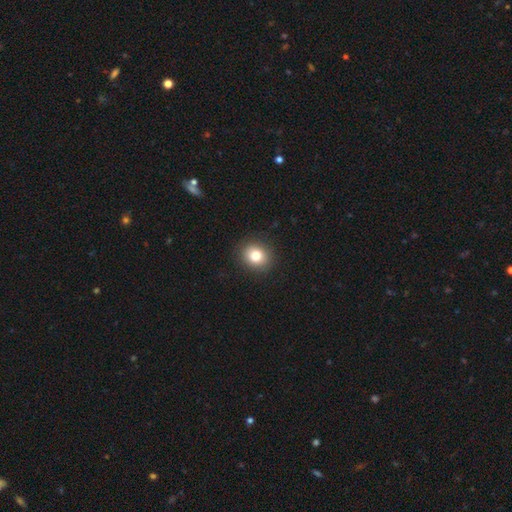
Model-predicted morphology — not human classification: Overall: smooth (82%). How rounded: round (72%). Merging: none (90%).